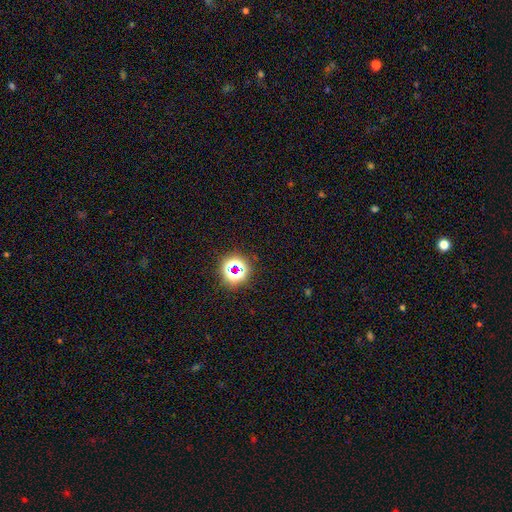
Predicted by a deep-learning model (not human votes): The model was most divided on "smooth or featured": star or artifact: 65%, smooth: 26%, featured or disk: 9%.